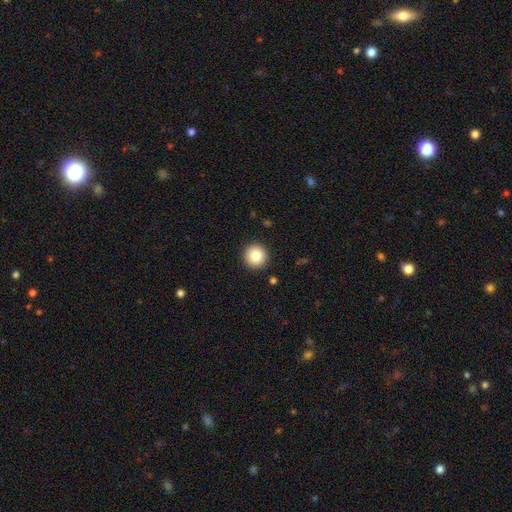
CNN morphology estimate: A smooth galaxy with no disk features (84%) that is round (95%).

Vote fractions:
- Smooth or featured? smooth: 84% / star or artifact: 9% / featured or disk: 7%
- How rounded? round: 95% / in between: 4% / cigar-shaped: 1%
- Merging? none: 92% / minor disturbance: 5% / major disturbance: 2% / merger: 1%